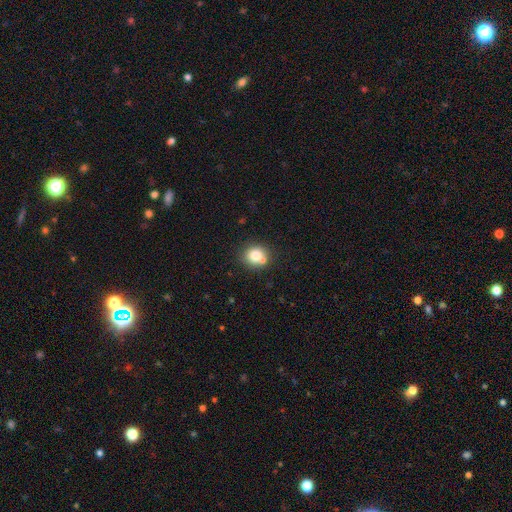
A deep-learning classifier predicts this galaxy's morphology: The model was most divided on "merging": none: 65%, merger: 21%, minor disturbance: 11%, major disturbance: 3%. More confident: how rounded — round (84%); smooth or featured — smooth (78%).